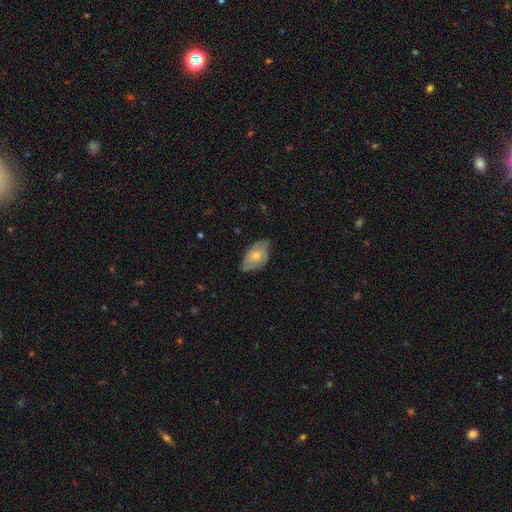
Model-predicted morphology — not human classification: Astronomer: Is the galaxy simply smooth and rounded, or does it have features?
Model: smooth — 51% (runner-up: featured or disk, 43%).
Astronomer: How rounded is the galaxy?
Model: in between — 91%.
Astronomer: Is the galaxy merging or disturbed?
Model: none — 60%.